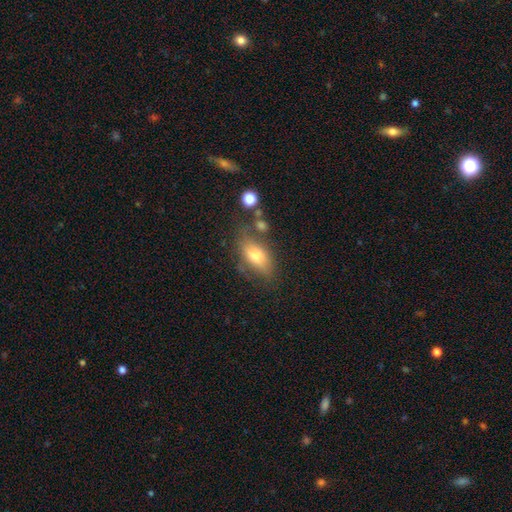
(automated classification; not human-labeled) A smooth galaxy with no disk features (68%) that is in between round and cigar-shaped (85%).

Vote fractions:
- Smooth or featured? smooth: 68% / featured or disk: 23% / star or artifact: 9%
- How rounded? in between: 85% / cigar-shaped: 8% / round: 6%
- Merging? none: 56% / minor disturbance: 24% / major disturbance: 11% / merger: 9%